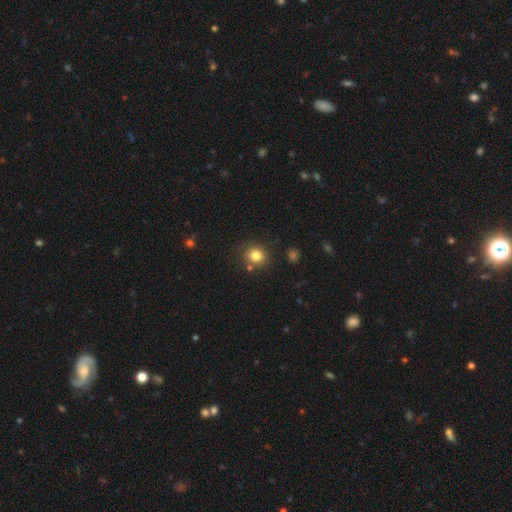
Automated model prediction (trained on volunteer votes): This is clearly a smooth galaxy (81%). How rounded: clearly round (85%). Merging: clearly none (82%).